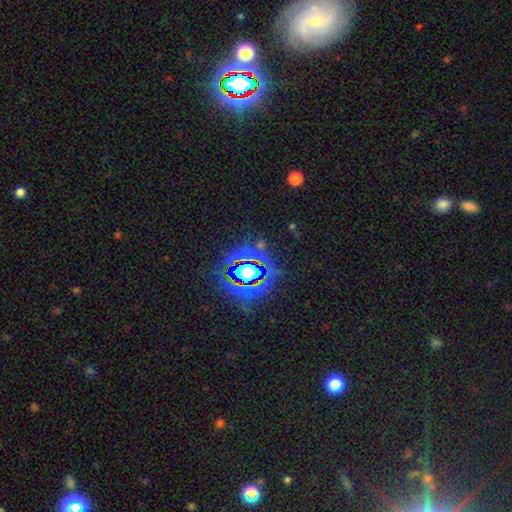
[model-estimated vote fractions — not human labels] Smooth or featured? star or artifact (80%)